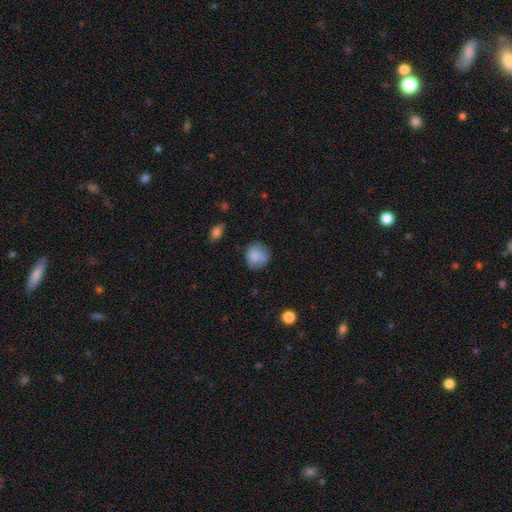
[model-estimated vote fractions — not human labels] smooth 80%, featured or disk 11%, star or artifact 9%. Down the decision tree: how rounded — round (77%); merging — none (61%).